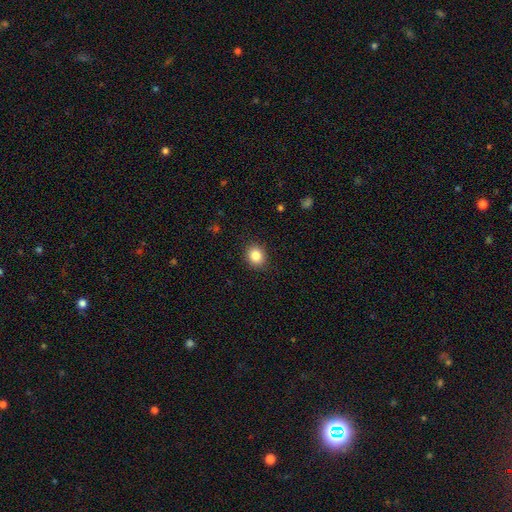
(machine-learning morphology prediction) Q: Smooth or featured?
A: smooth (86%); runner-up: star or artifact (10%)
Q: How rounded?
A: round (70%); runner-up: in between (29%)
Q: Merging?
A: none (90%); runner-up: minor disturbance (7%)